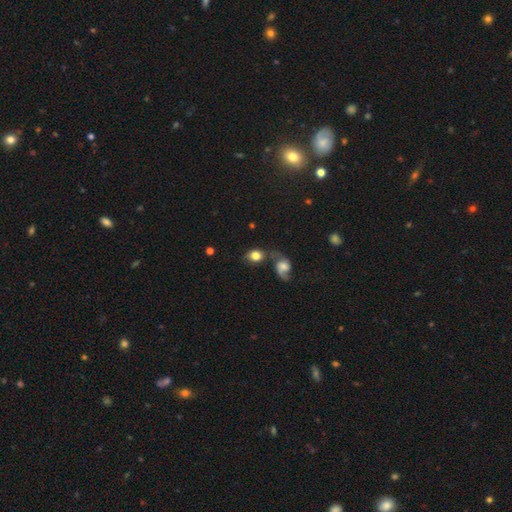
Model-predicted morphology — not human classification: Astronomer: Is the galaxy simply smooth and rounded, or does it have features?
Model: smooth — 75%.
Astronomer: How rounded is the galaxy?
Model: in between — 51% (runner-up: round, 47%).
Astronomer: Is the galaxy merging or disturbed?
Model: none — 41% (runner-up: merger, 38%).